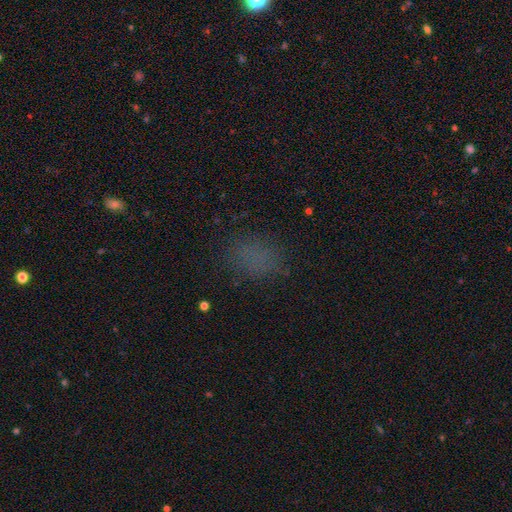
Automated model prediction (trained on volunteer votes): A smooth galaxy with no disk features (68%) that is in between round and cigar-shaped (65%). Merging: none (81%).